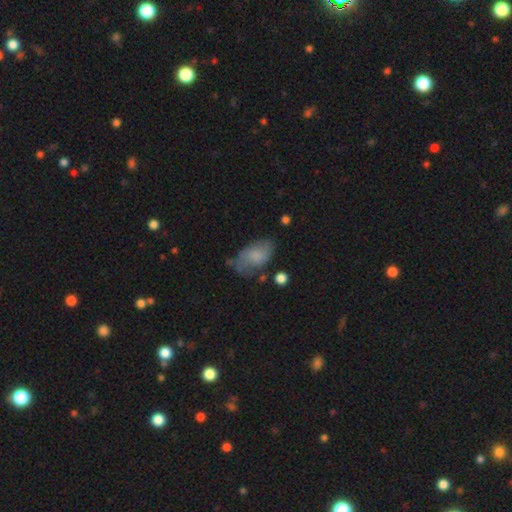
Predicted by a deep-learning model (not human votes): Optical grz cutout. It shows a smooth galaxy with no disk features (70%) that is in between round and cigar-shaped (92%). Merging: none (53%).